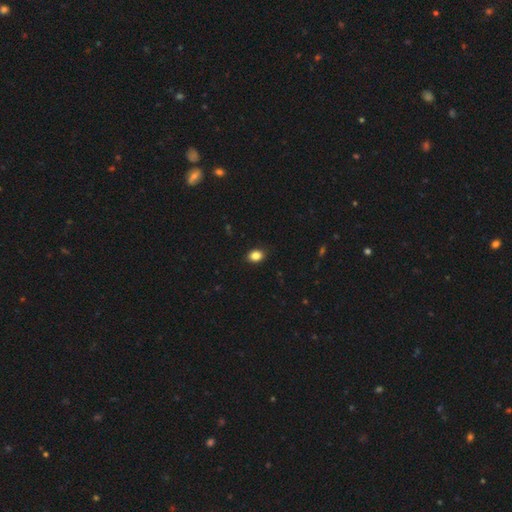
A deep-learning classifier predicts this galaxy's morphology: smooth_or_featured: smooth (p=0.86) [alt: star or artifact p=0.10]
how_rounded: in between (p=0.62) [alt: round p=0.37]
merging: none (p=0.89) [alt: minor disturbance p=0.08]